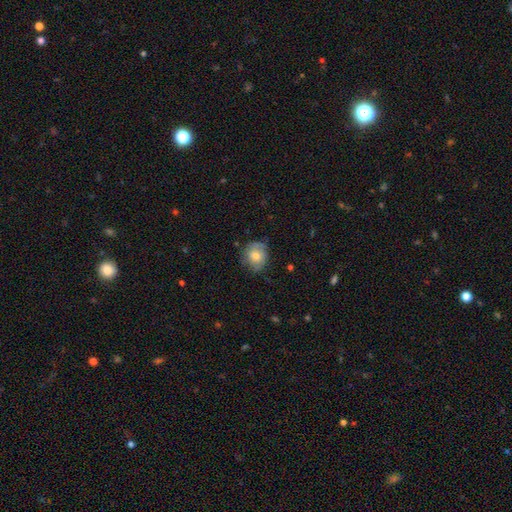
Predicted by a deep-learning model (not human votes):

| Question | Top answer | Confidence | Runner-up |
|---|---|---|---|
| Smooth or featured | smooth | 69% | featured or disk (23%) |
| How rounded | round | 75% | in between (24%) |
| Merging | none | 67% | minor disturbance (25%) |